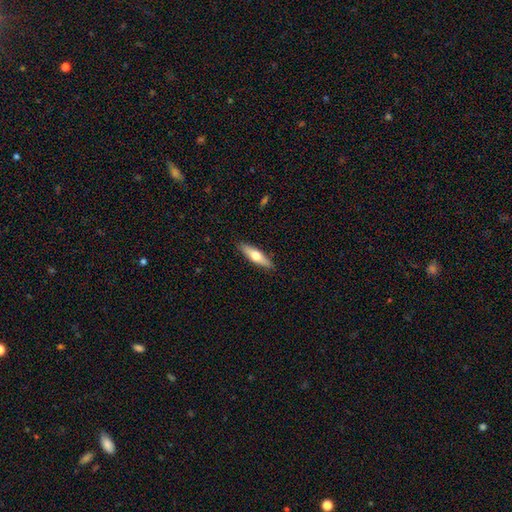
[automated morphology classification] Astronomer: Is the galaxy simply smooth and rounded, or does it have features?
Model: smooth — 51% (runner-up: featured or disk, 43%).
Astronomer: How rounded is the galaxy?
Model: cigar-shaped — 68%.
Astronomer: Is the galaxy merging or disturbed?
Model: none — 89%.